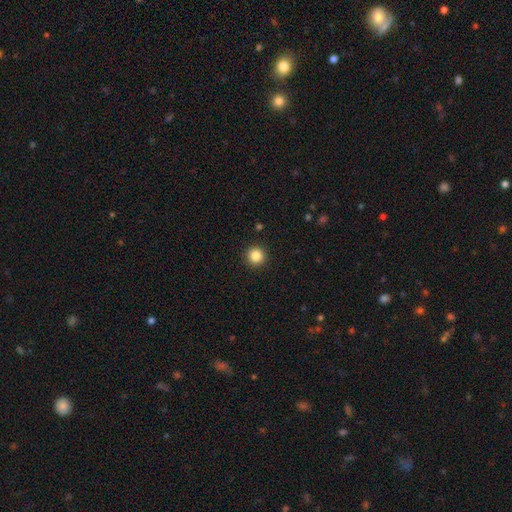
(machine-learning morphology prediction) Smooth or featured? smooth (85%)
How rounded? round (96%)
Merging? none (93%)